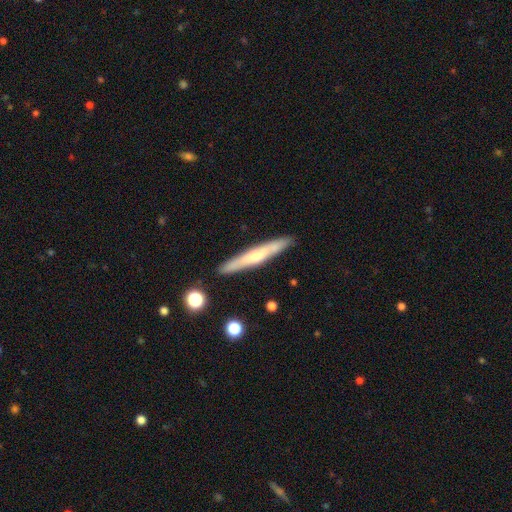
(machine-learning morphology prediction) A featured or disk galaxy (60%) viewed edge-on (93%) with a rounded central bulge (73%).

Vote fractions:
- Smooth or featured? featured or disk: 60% / smooth: 33% / star or artifact: 7%
- Edge-on disk? yes: 93% / no: 7%
- Edge-on bulge? rounded: 73% / none: 21% / boxy: 6%
- Merging? none: 87% / minor disturbance: 9% / merger: 2% / major disturbance: 2%